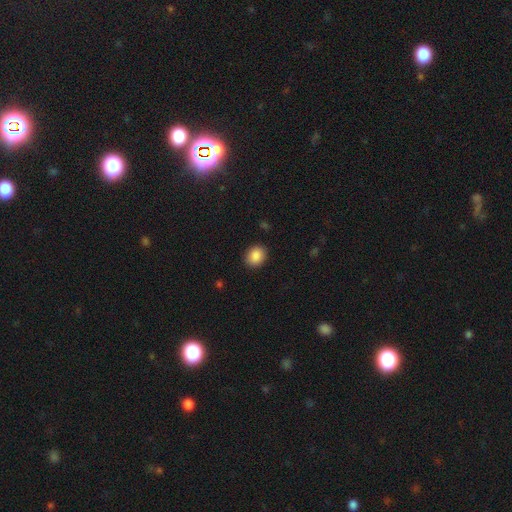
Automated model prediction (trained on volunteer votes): Smooth or featured: smooth — 88% (star or artifact — 8%)
How rounded: round — 57% (in between — 42%)
Merging: none — 90% (minor disturbance — 7%)